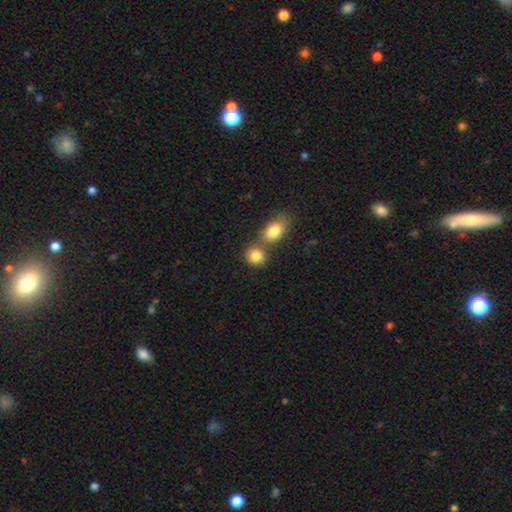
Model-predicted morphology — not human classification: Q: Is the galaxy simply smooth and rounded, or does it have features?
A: smooth — 84%.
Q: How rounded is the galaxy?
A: round — 70%.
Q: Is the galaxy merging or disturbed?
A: none — 47%.